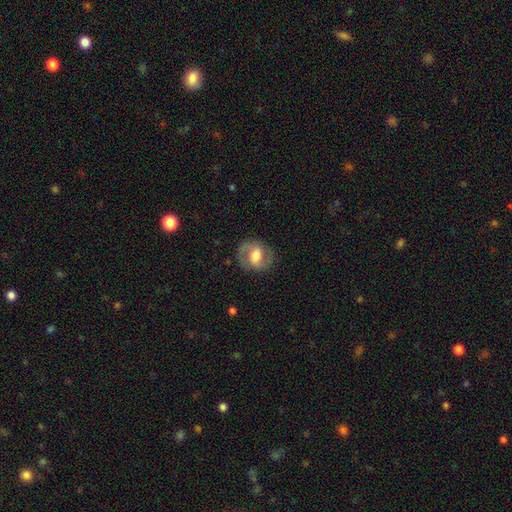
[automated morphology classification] Smooth or featured: featured or disk — 67% (smooth — 27%)
Edge-on disk: no — 97% (yes — 3%)
Bar: weak — 46% (strong — 29%)
Spiral arms: yes — 83% (no — 17%)
Spiral winding: medium — 52% (tight — 27%)
Spiral arm count: 2 — 89% (can't tell — 6%)
Bulge size: moderate — 54% (large — 30%)
Merging: none — 81% (minor disturbance — 12%)